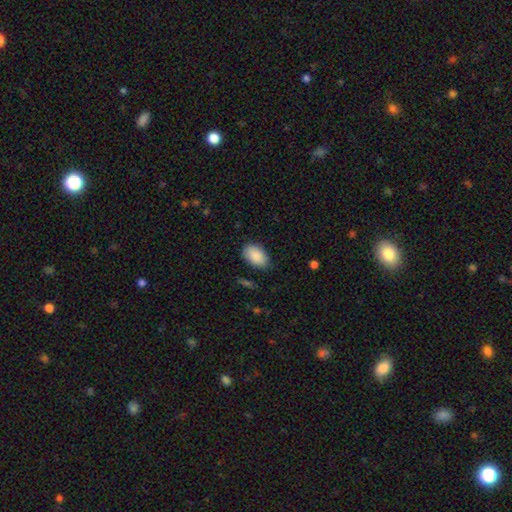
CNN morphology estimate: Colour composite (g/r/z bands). It shows a smooth galaxy with no disk features (89%) that is in between round and cigar-shaped (92%). Merging: none (82%).